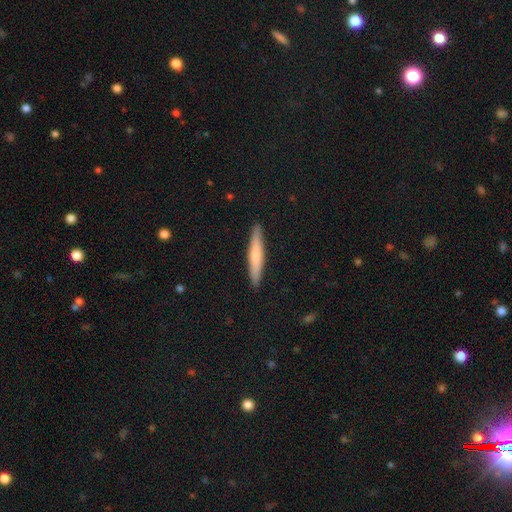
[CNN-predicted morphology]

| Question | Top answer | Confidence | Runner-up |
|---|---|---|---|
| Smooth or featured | smooth | 64% | featured or disk (31%) |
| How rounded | cigar-shaped | 94% | in between (5%) |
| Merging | none | 91% | minor disturbance (7%) |